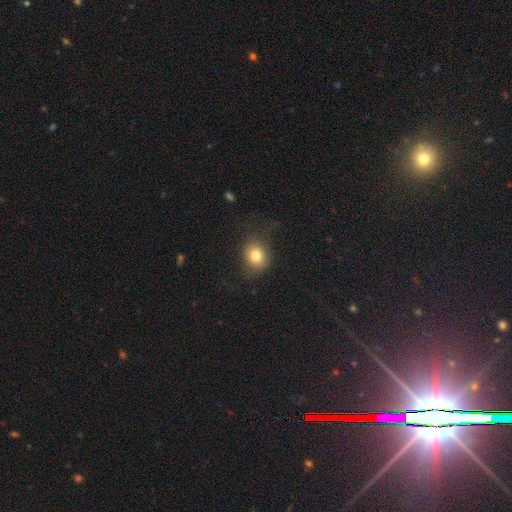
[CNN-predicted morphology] Smooth or featured?
  - smooth: 78% *
  - star or artifact: 12%
  - featured or disk: 10%
How rounded?
  - round: 72% *
  - in between: 27%
  - cigar-shaped: 1%
Merging?
  - none: 73% *
  - minor disturbance: 17%
  - major disturbance: 9%
  - merger: 1%